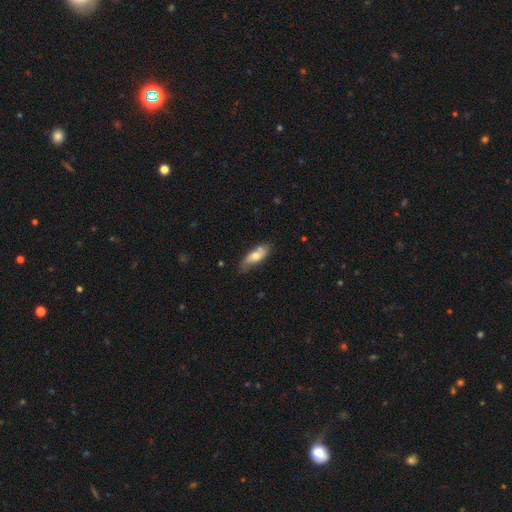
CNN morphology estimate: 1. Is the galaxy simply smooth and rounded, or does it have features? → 59% smooth, 35% featured or disk, 6% star or artifact.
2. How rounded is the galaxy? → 66% in between, 31% cigar-shaped, 3% round.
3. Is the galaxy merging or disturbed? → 67% none, 23% minor disturbance, 6% merger, 5% major disturbance.